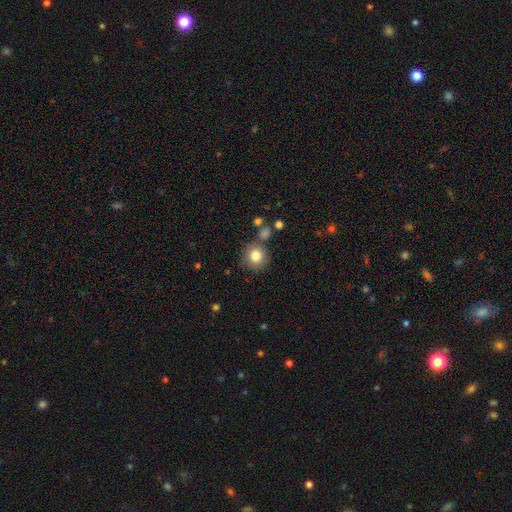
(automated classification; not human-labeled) Smooth or featured? smooth (82%)
How rounded? round (91%)
Merging? none (78%)